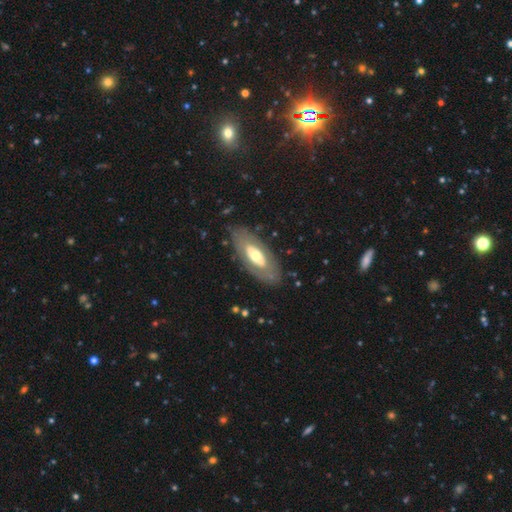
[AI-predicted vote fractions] Overall: featured or disk (54%; smooth 40%). Edge-on disk: no (83%). Merging: none (79%).